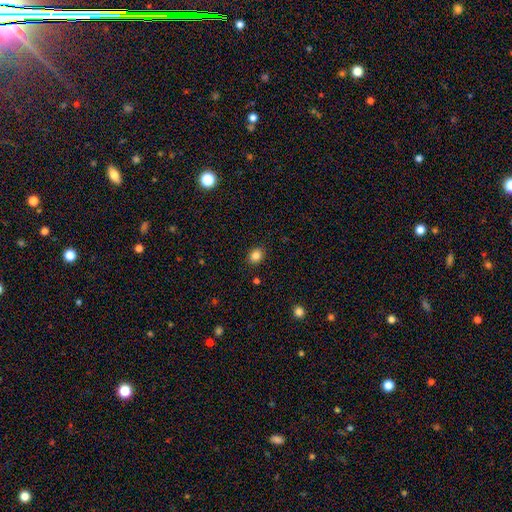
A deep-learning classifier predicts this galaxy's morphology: smooth_or_featured: smooth (p=0.85) [alt: star or artifact p=0.11]
how_rounded: round (p=0.56) [alt: in between p=0.43]
merging: none (p=0.88) [alt: minor disturbance p=0.08]